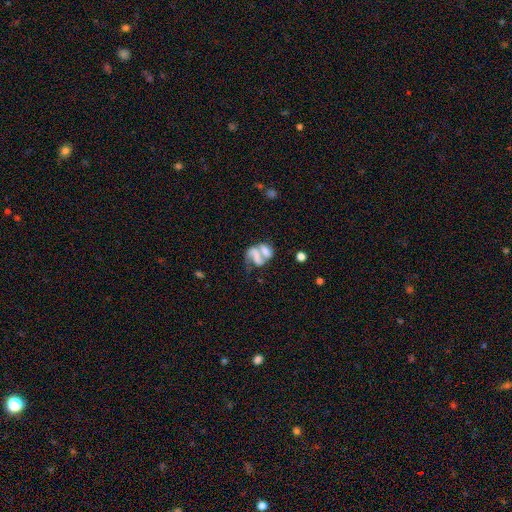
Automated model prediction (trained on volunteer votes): Q: Smooth or featured?
A: featured or disk (53%); runner-up: smooth (36%)
Q: Edge-on disk?
A: no (96%); runner-up: yes (4%)
Q: Bar?
A: no (58%); runner-up: strong (22%)
Q: Spiral arms?
A: no (52%); runner-up: yes (48%)
Q: Bulge size?
A: none (58%); runner-up: small (16%)
Q: Merging?
A: merger (56%); runner-up: major disturbance (19%)